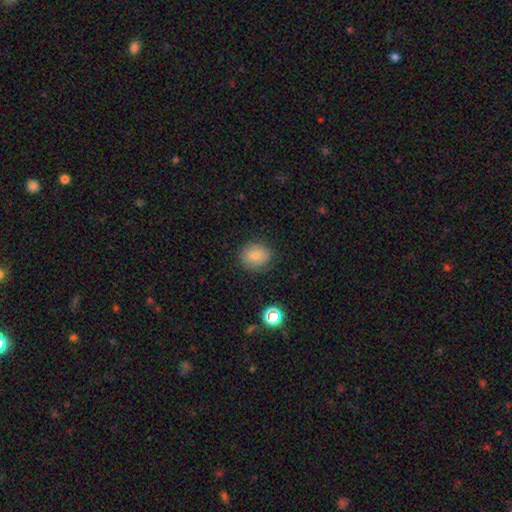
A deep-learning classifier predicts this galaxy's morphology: Smooth or featured? Predicted: smooth (p=0.82). How rounded? Predicted: round (p=0.71). Merging? Predicted: none (p=0.84).